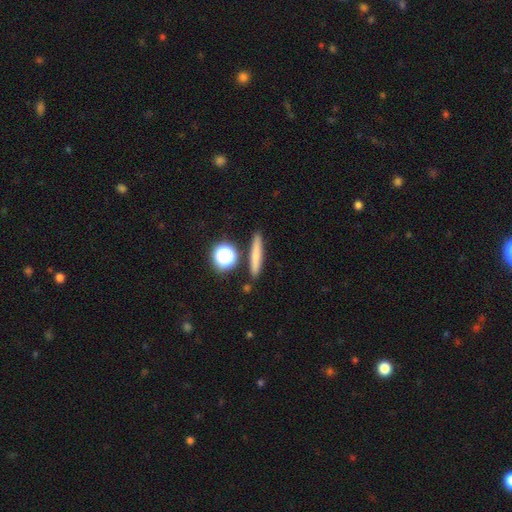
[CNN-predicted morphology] A smooth galaxy with no disk features (69%) that is cigar-shaped (78%). Merging: none (86%).